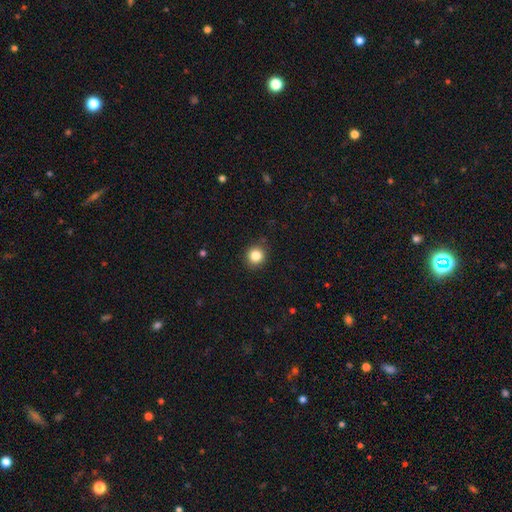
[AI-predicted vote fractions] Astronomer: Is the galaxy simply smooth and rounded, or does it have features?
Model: smooth — 85%.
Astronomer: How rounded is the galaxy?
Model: round — 91%.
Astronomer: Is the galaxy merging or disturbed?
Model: none — 89%.